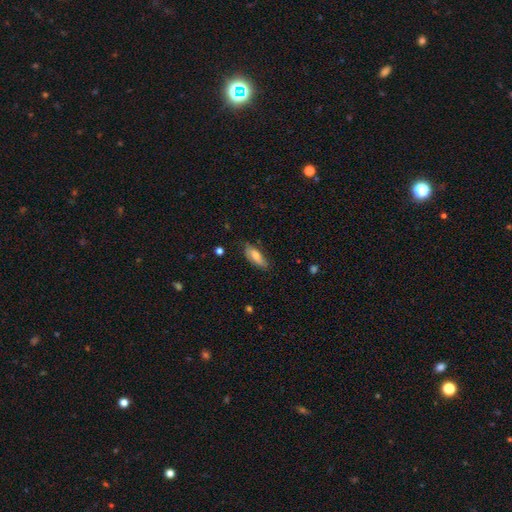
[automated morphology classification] Smooth or featured? Predicted: smooth (p=0.71). How rounded? Predicted: in between (p=0.72). Merging? Predicted: none (p=0.73).